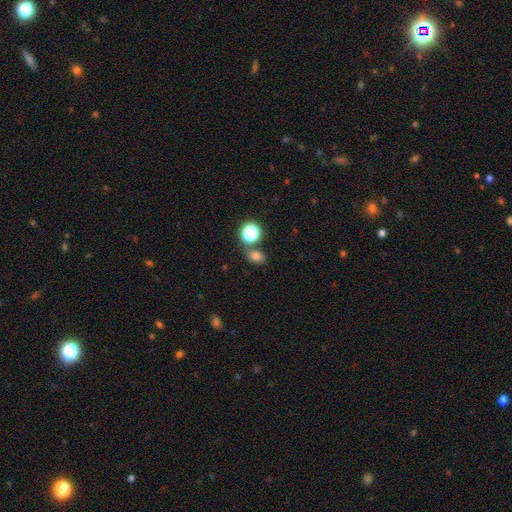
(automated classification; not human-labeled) Smooth or featured?
  - smooth: 73% *
  - star or artifact: 20%
  - featured or disk: 8%
How rounded?
  - in between: 59% *
  - round: 40%
  - cigar-shaped: 1%
Merging?
  - none: 71% *
  - merger: 14%
  - minor disturbance: 12%
  - major disturbance: 4%